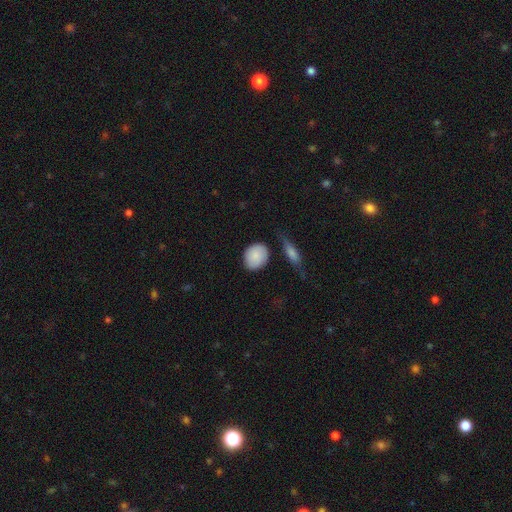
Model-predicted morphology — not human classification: smooth_or_featured: smooth (p=0.87) [alt: featured or disk p=0.07]
how_rounded: round (p=0.56) [alt: in between p=0.42]
merging: none (p=0.71) [alt: minor disturbance p=0.18]